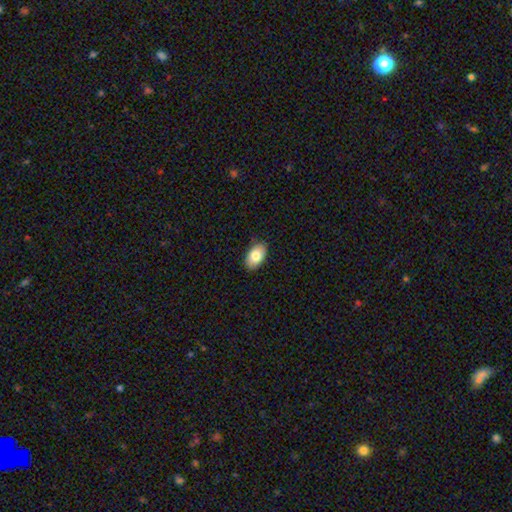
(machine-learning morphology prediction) This is clearly a smooth galaxy (81%). How rounded: clearly in between (92%). Merging: clearly none (87%).